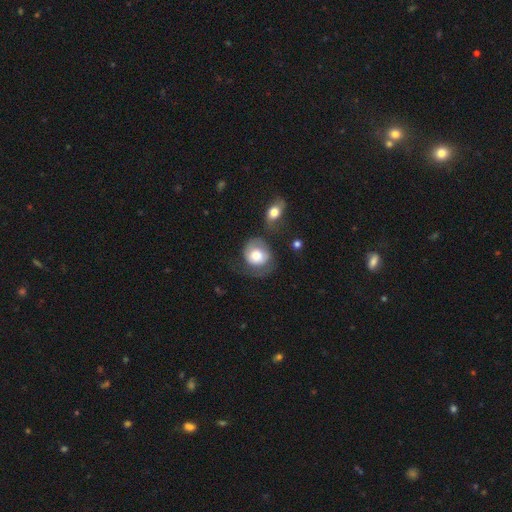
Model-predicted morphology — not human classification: This is likely a smooth galaxy (63%). How rounded: likely round (69%). Merging: marginally none (36%).